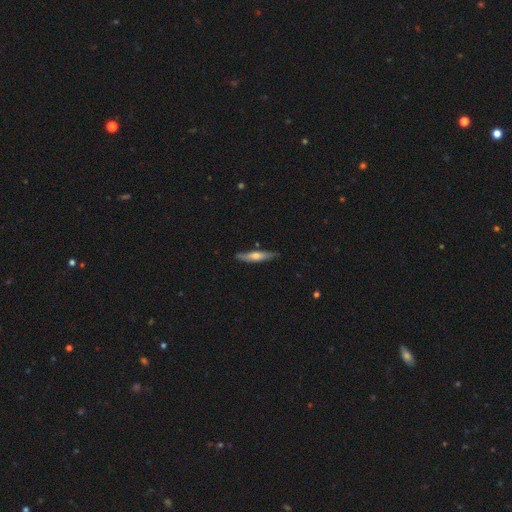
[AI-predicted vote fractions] The model was most divided on "smooth or featured": smooth: 51%, featured or disk: 44%, star or artifact: 6%. More confident: how rounded — cigar-shaped (86%); merging — none (82%).